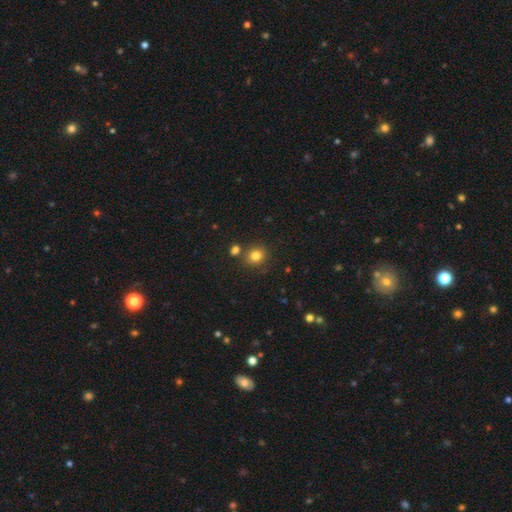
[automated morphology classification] smooth 81%, star or artifact 12%, featured or disk 7%. Down the decision tree: how rounded — round (76%); merging — none (75%).